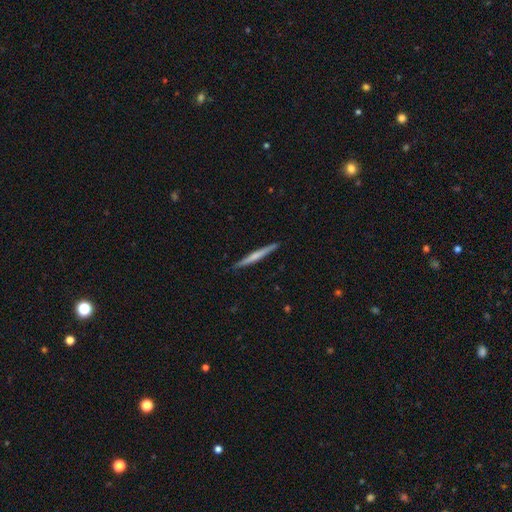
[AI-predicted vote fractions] A featured or disk galaxy (50%) viewed edge-on (98%). Merging: none (91%).